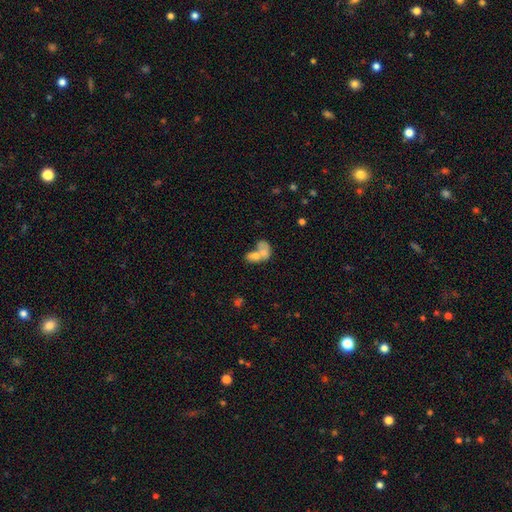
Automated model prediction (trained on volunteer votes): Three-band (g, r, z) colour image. It shows a smooth galaxy with no disk features (64%) that is in between round and cigar-shaped (74%). Merging: merger (74%).